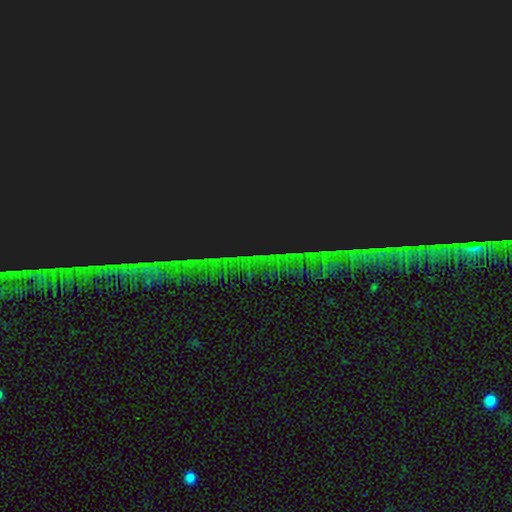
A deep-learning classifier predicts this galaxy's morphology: Q: Smooth or featured?
A: star or artifact (86%); runner-up: featured or disk (7%)